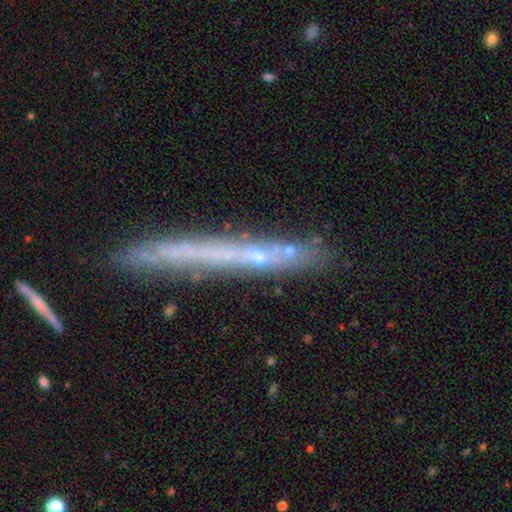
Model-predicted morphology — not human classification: Overall: featured or disk (59%; smooth 31%). Edge-on disk: yes (88%). Edge-on bulge: none (82%). Merging: none (78%).